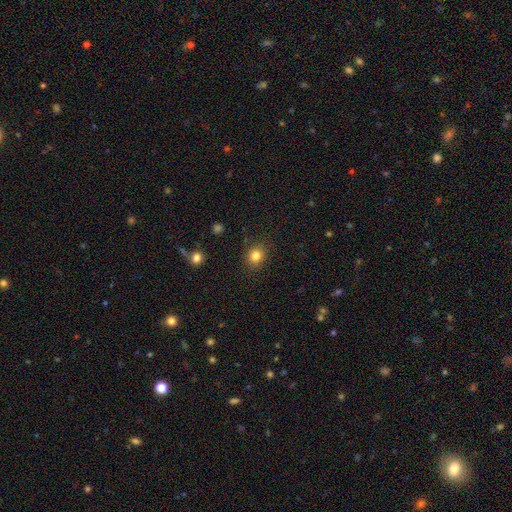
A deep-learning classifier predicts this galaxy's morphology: smooth 82%, star or artifact 12%, featured or disk 6%. Down the decision tree: how rounded — round (78%); merging — none (88%).